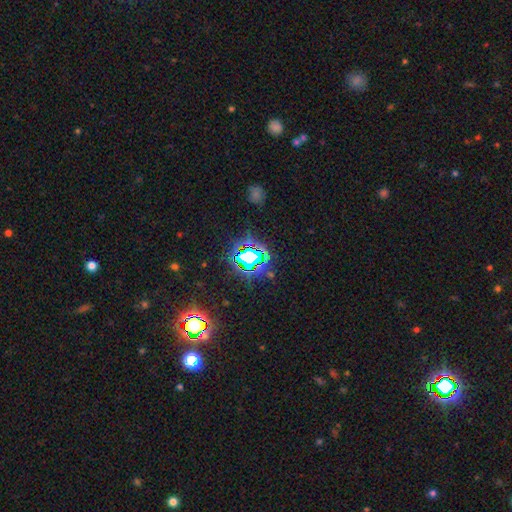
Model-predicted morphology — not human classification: type=star or artifact (74%).